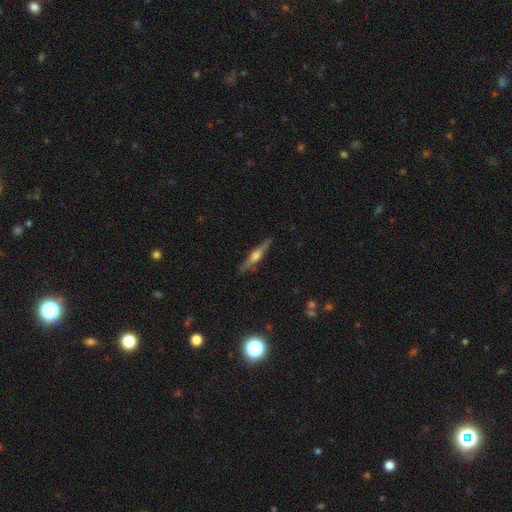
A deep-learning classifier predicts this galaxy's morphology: Q: Smooth or featured?
A: featured or disk (67%); runner-up: smooth (27%)
Q: Edge-on disk?
A: yes (97%); runner-up: no (3%)
Q: Edge-on bulge?
A: rounded (83%); runner-up: boxy (12%)
Q: Merging?
A: none (87%); runner-up: minor disturbance (10%)